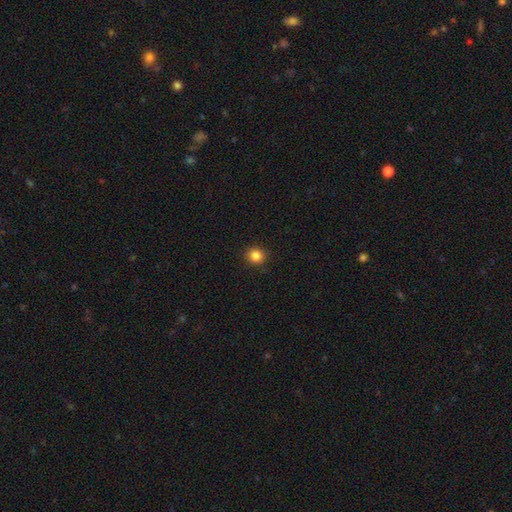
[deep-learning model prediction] A smooth galaxy with no disk features (85%) that is round (91%).

Vote fractions:
- Smooth or featured? smooth: 85% / star or artifact: 11% / featured or disk: 4%
- How rounded? round: 91% / in between: 8% / cigar-shaped: 1%
- Merging? none: 92% / minor disturbance: 5% / major disturbance: 2% / merger: 1%